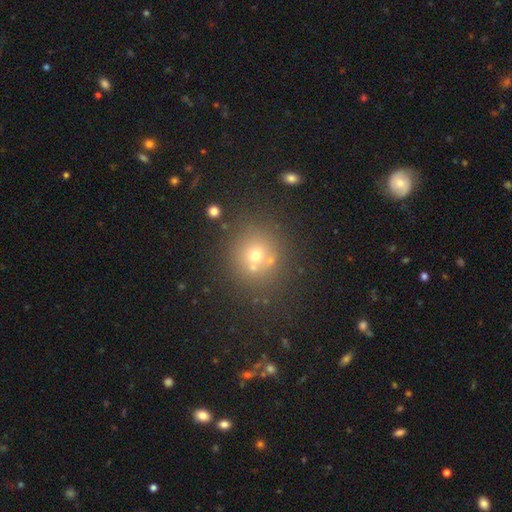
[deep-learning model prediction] smooth_or_featured: smooth (p=0.62) [alt: star or artifact p=0.21]
how_rounded: round (p=0.85) [alt: in between p=0.14]
merging: none (p=0.64) [alt: merger p=0.21]